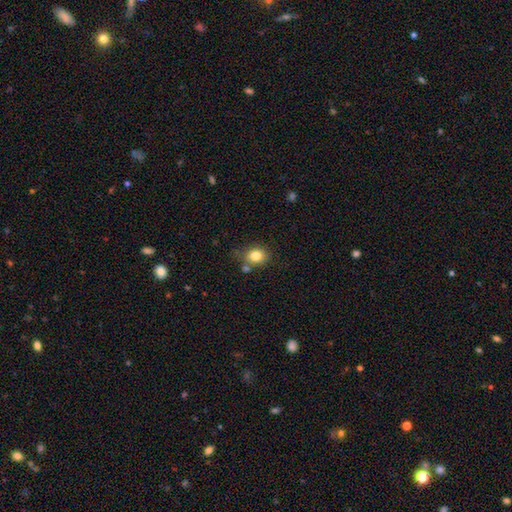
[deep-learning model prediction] Morphology: type=smooth (81%); roundness=round (58%); merging=none (68%).